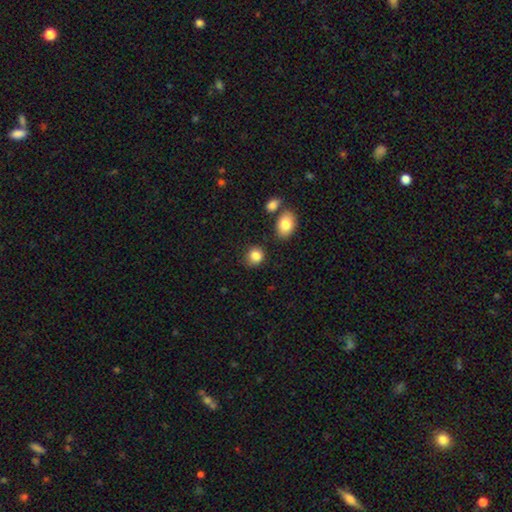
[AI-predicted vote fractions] A smooth galaxy with no disk features (85%) that is round (70%). Merging: none (79%).